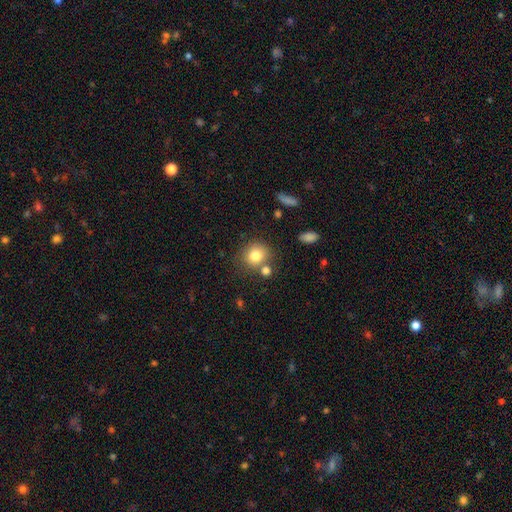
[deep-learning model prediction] A smooth galaxy with no disk features (79%) that is round (82%).

Vote fractions:
- Smooth or featured? smooth: 79% / star or artifact: 11% / featured or disk: 10%
- How rounded? round: 82% / in between: 17% / cigar-shaped: 1%
- Merging? none: 68% / merger: 17% / minor disturbance: 12% / major disturbance: 4%